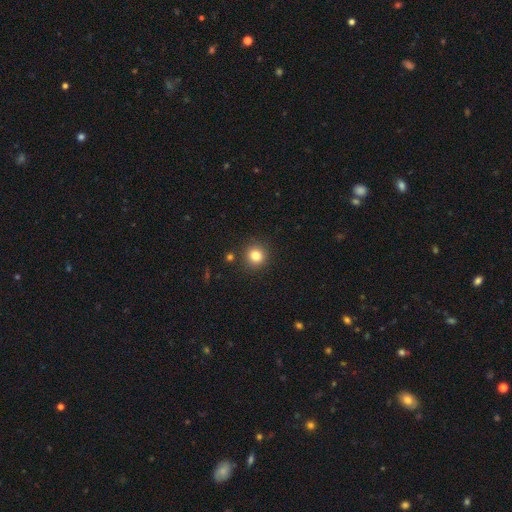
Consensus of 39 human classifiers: Smooth or featured? 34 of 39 (87%) said smooth. How rounded? 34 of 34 (100%) said round. Merging? 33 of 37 (89%) said none.